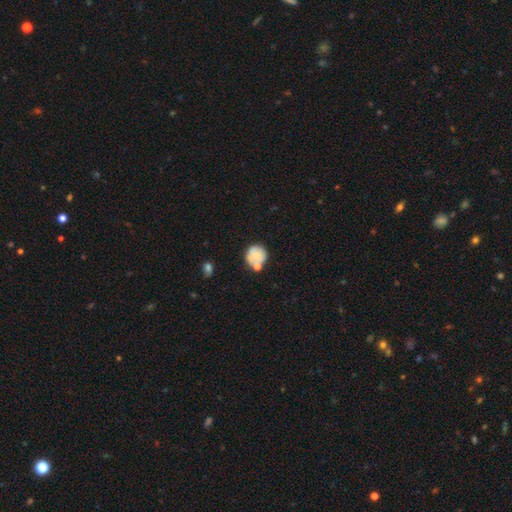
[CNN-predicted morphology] A smooth galaxy with no disk features (66%) that is round (86%).

Vote fractions:
- Smooth or featured? smooth: 66% / featured or disk: 26% / star or artifact: 8%
- How rounded? round: 86% / in between: 13% / cigar-shaped: 1%
- Merging? none: 52% / merger: 22% / minor disturbance: 20% / major disturbance: 7%